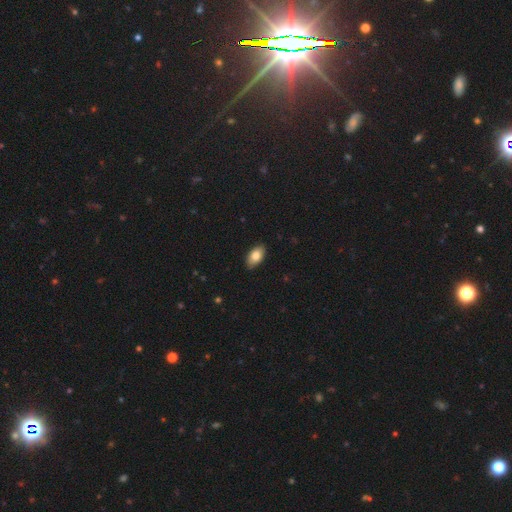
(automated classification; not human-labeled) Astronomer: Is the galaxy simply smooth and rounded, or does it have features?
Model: smooth — 82%.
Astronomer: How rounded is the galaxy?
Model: in between — 93%.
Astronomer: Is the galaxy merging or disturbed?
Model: none — 88%.